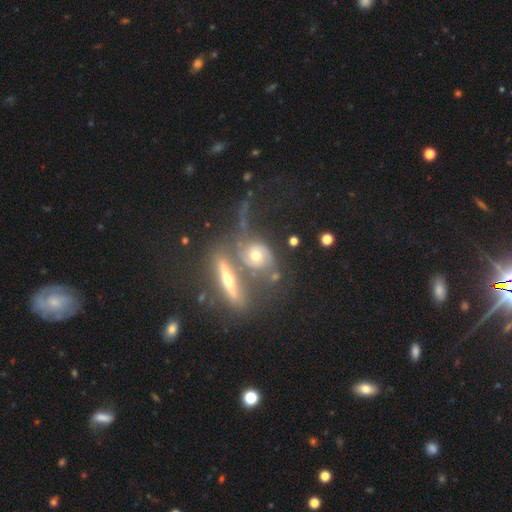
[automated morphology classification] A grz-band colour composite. It shows a featured or disk galaxy (72%) with no bar (74%), spiral arms (78%) and a moderate central bulge (67%). Merging: merger (36%).